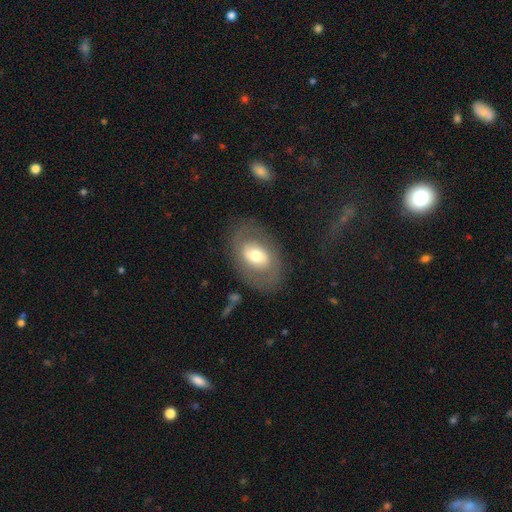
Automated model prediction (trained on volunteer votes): The model was most divided on "smooth or featured": featured or disk: 49%, smooth: 44%, star or artifact: 7%. More confident: merging — none (75%).